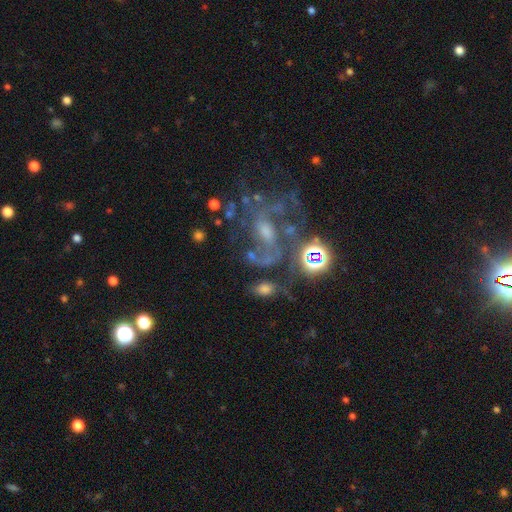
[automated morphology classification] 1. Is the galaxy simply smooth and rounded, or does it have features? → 67% featured or disk, 21% star or artifact, 12% smooth.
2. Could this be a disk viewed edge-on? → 96% no, 4% yes.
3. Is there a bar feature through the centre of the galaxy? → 42% no (tied), 42% weak (tied), 16% strong.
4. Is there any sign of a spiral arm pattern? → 82% yes, 18% no.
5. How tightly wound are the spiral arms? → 49% medium, 28% loose, 23% tight.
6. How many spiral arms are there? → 51% 2, 26% can't tell, 9% 3, 6% 1, 4% 4, 4% more than 4.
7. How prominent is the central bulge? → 40% moderate, 38% small, 15% none, 5% large, 2% dominant.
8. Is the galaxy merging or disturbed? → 46% none, 25% major disturbance, 18% minor disturbance, 11% merger.